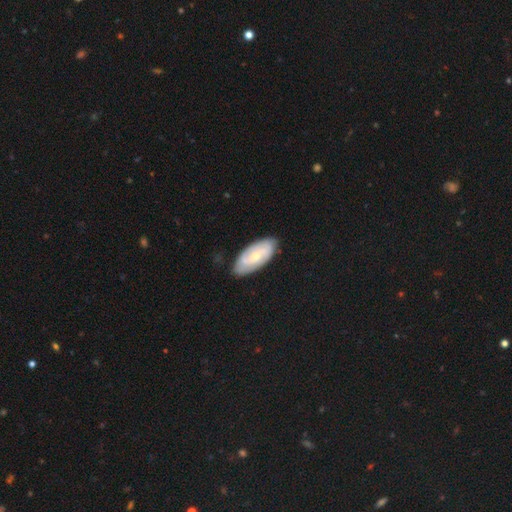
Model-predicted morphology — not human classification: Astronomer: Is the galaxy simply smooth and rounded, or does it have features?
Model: featured or disk — 57% (runner-up: smooth, 38%).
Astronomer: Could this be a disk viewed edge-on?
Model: no — 91%.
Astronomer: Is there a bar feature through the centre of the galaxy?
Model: no — 54% (runner-up: weak, 36%).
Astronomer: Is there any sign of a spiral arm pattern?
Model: yes — 76%.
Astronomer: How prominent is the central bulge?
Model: small — 56% (runner-up: moderate, 40%).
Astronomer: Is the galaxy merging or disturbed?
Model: none — 81%.